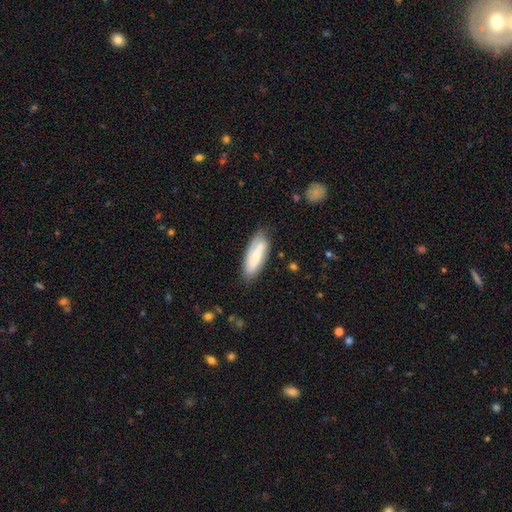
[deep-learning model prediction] Morphology: type=smooth (58%); roundness=in between (62%); merging=none (76%).